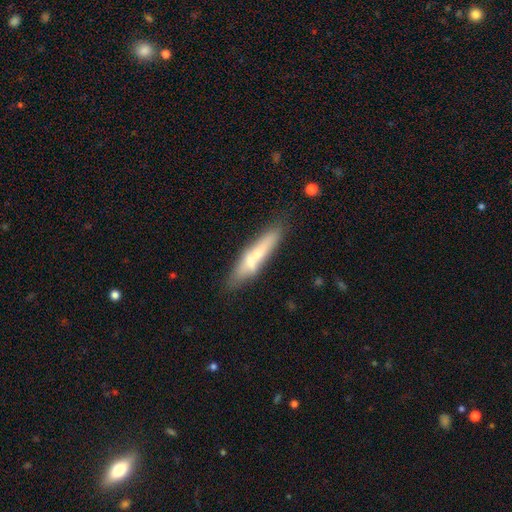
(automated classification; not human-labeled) smooth_or_featured: smooth (p=0.53) [alt: featured or disk p=0.40]
how_rounded: cigar-shaped (p=0.80) [alt: in between p=0.18]
merging: none (p=0.63) [alt: minor disturbance p=0.17]